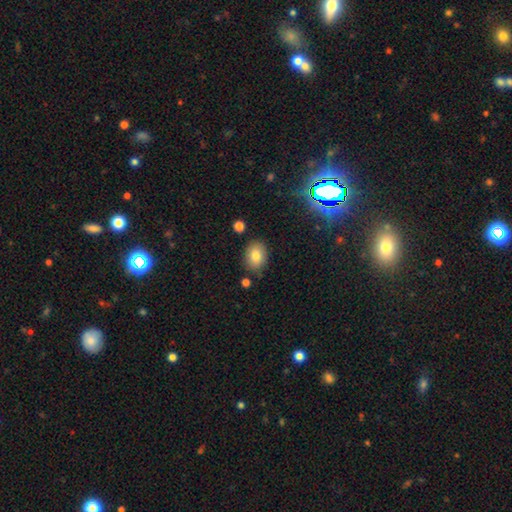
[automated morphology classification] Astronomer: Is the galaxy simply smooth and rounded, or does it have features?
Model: smooth — 80%.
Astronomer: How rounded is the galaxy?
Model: in between — 66%.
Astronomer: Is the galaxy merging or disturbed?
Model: none — 81%.